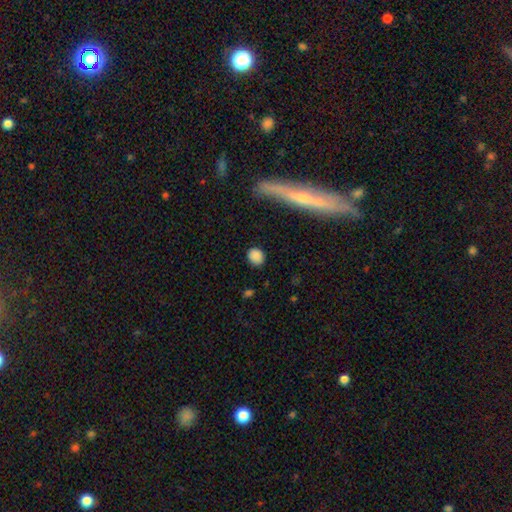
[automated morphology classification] Smooth or featured? smooth (86%)
How rounded? round (75%)
Merging? none (85%)